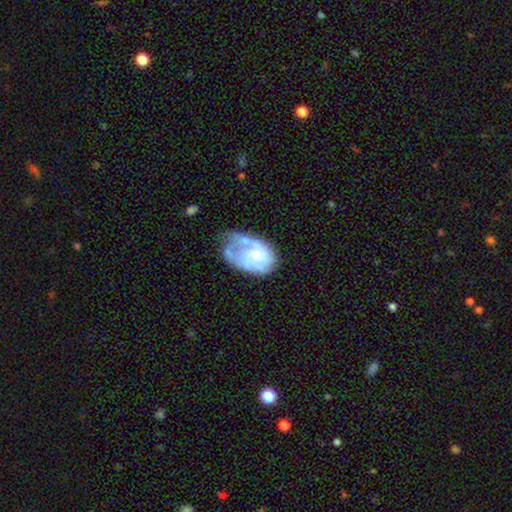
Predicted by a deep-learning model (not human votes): A featured or disk galaxy (65%) with no bar (78%), no spiral arms (51%) and a small central bulge (42%).

Vote fractions:
- Smooth or featured? featured or disk: 65% / smooth: 27% / star or artifact: 7%
- Edge-on disk? no: 98% / yes: 2%
- Bar? no: 78% / weak: 19% / strong: 3%
- Spiral arms? no: 51% / yes: 49%
- Bulge size? small: 42% / moderate: 31% / none: 21% / large: 4% / dominant: 2%
- Merging? none: 33% / minor disturbance: 29% / major disturbance: 28% / merger: 9%